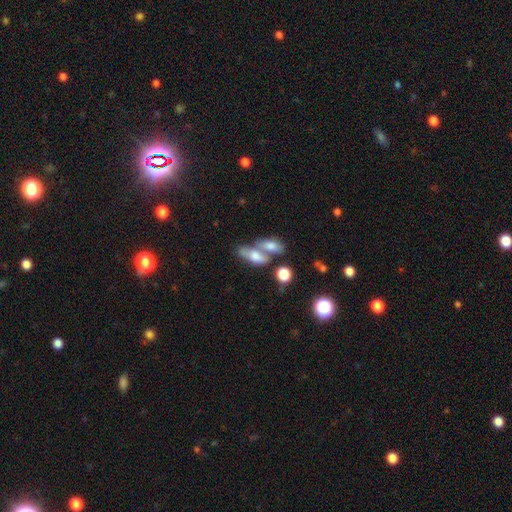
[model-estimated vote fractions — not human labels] A smooth galaxy with no disk features (64%) that is in between round and cigar-shaped (76%).

Vote fractions:
- Smooth or featured? smooth: 64% / featured or disk: 26% / star or artifact: 9%
- How rounded? in between: 76% / cigar-shaped: 16% / round: 7%
- Merging? merger: 55% / none: 27% / minor disturbance: 11% / major disturbance: 7%